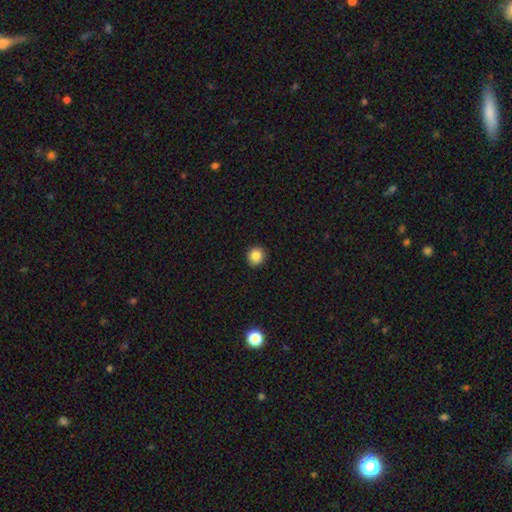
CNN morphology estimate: Q: Smooth or featured?
A: smooth (85%); runner-up: star or artifact (10%)
Q: How rounded?
A: round (86%); runner-up: in between (13%)
Q: Merging?
A: none (91%); runner-up: minor disturbance (6%)